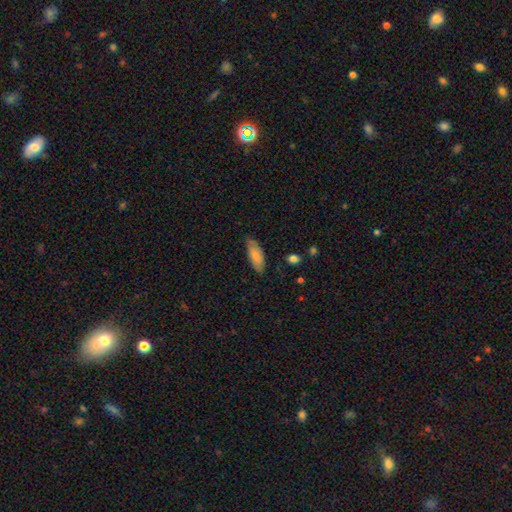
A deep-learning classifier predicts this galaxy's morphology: type=smooth (76%); roundness=in between (76%); merging=none (75%).